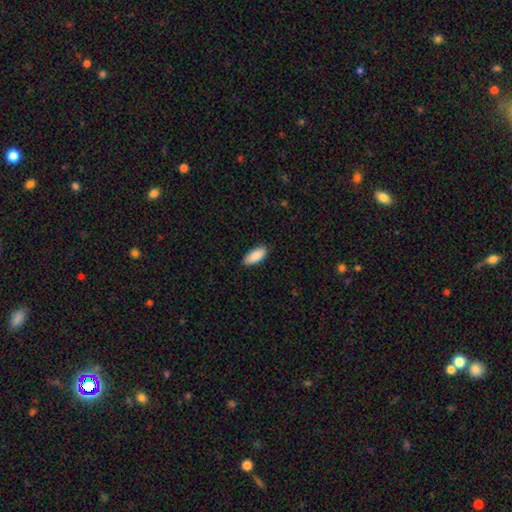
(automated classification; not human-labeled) Smooth or featured: smooth — 90% (star or artifact — 6%)
How rounded: in between — 86% (cigar-shaped — 13%)
Merging: none — 87% (minor disturbance — 10%)